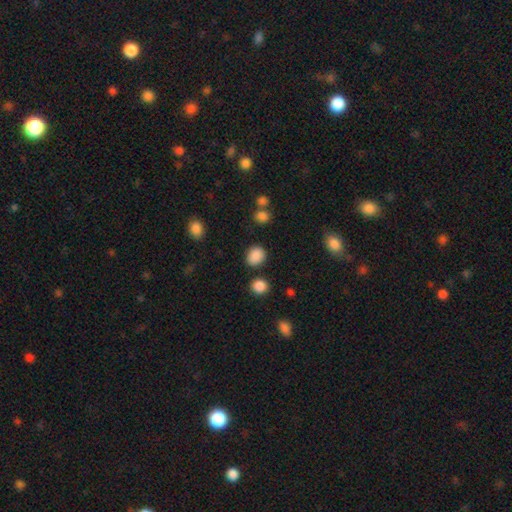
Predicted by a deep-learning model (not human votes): Morphology: type=smooth (87%); roundness=round (59%); merging=none (83%).